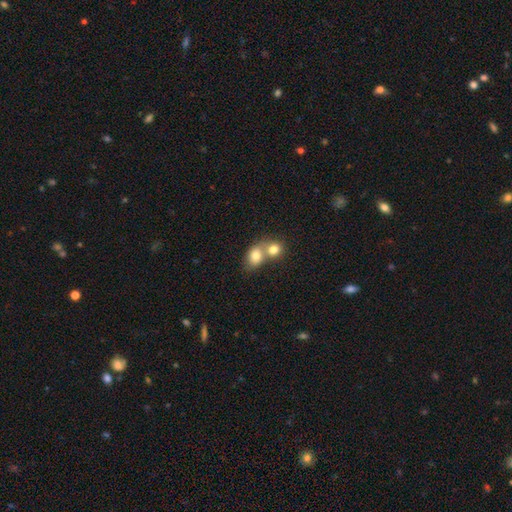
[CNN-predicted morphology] A smooth galaxy with no disk features (79%) that is in between round and cigar-shaped (50%). Merging: merger (64%).